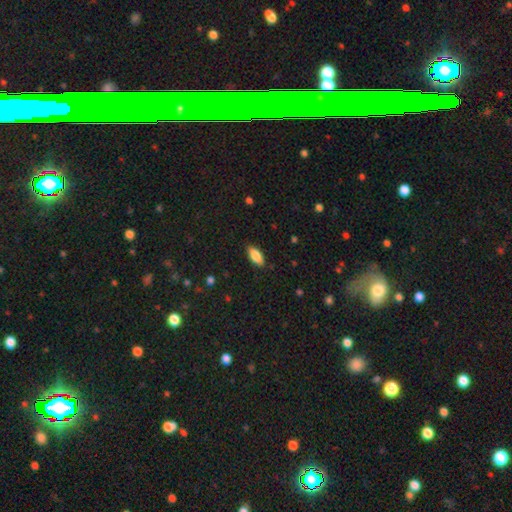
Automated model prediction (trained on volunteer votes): Morphology: type=smooth (84%); roundness=in between (85%); merging=none (87%).